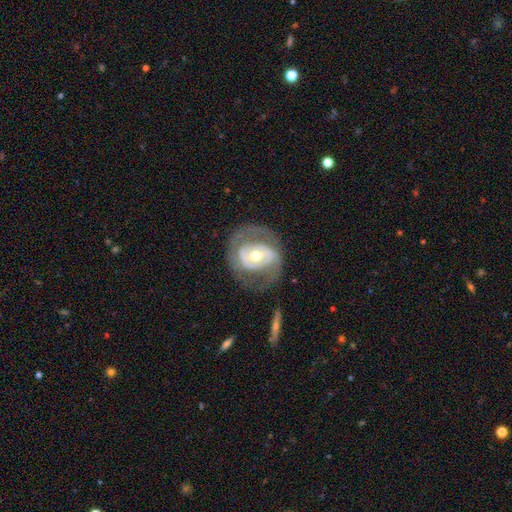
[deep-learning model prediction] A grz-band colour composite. It shows a featured or disk galaxy (78%) with no bar (44%), 2 (74%) medium (41%) spiral arms (69%) and a moderate central bulge (66%). Merging: none (65%).